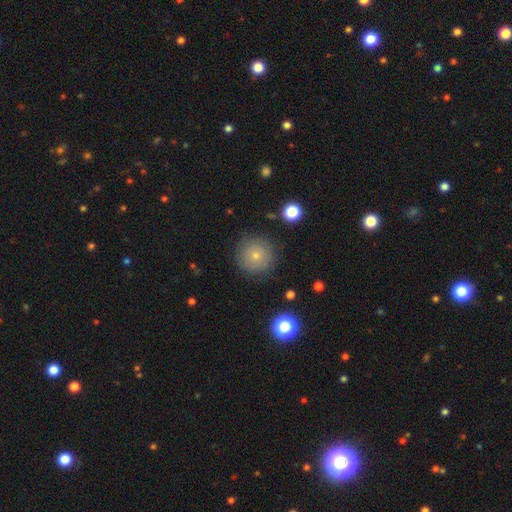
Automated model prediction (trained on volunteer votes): Overall: smooth (67%). How rounded: round (96%). Merging: none (88%).